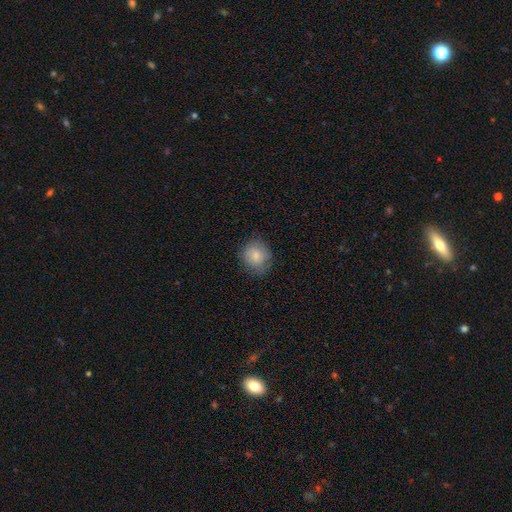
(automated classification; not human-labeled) Smooth or featured? Predicted: smooth (p=0.81). How rounded? Predicted: round (p=0.77). Merging? Predicted: none (p=0.74).